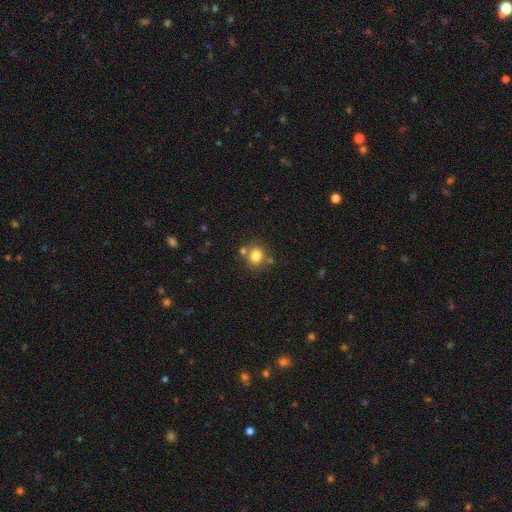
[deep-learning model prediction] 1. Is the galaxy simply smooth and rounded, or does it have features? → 80% smooth, 12% star or artifact, 7% featured or disk.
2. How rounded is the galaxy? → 85% round, 14% in between, 1% cigar-shaped.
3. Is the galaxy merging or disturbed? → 71% none, 16% merger, 10% minor disturbance, 3% major disturbance.